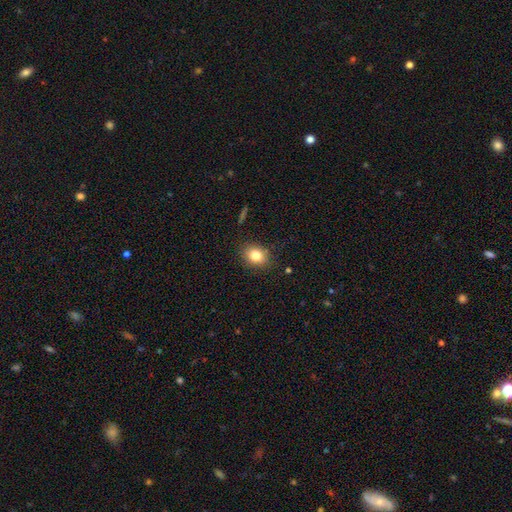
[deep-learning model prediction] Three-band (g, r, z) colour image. It shows a smooth galaxy with no disk features (81%) that is in between round and cigar-shaped (52%). Merging: none (85%).